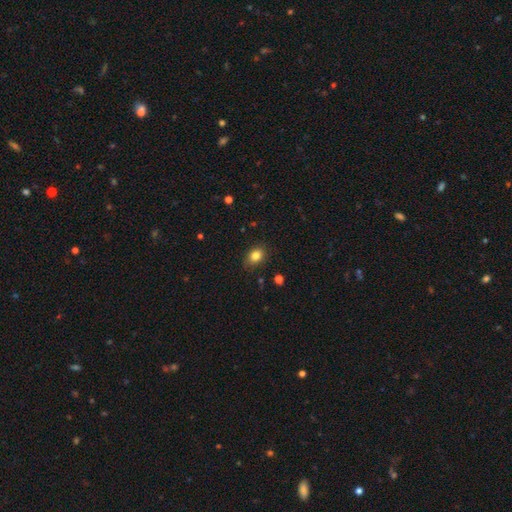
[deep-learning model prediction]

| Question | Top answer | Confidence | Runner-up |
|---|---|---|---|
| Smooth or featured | smooth | 83% | star or artifact (11%) |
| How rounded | in between | 61% | round (38%) |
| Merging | none | 82% | minor disturbance (14%) |